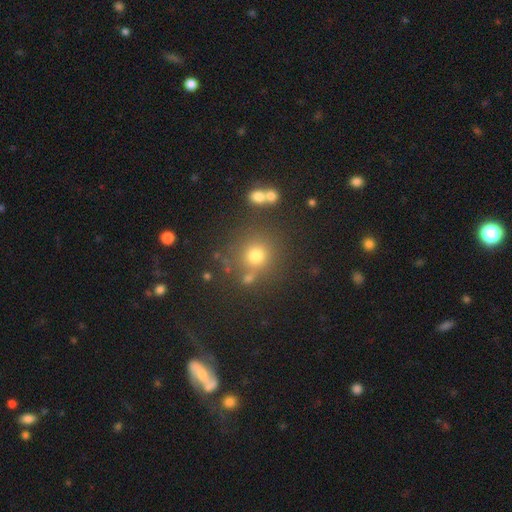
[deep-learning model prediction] Morphology: type=smooth (72%); roundness=round (91%); merging=none (75%).